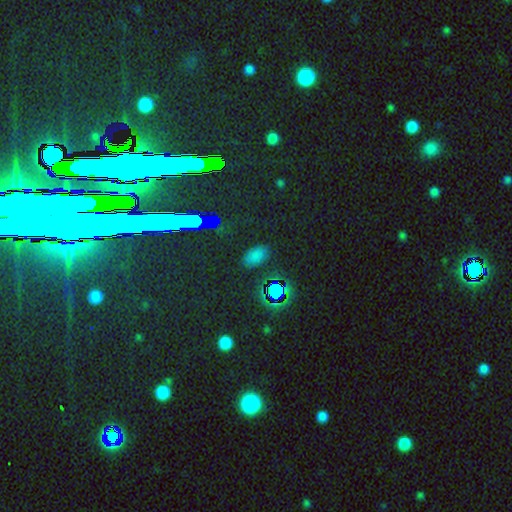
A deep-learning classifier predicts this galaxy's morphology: smooth 48%, star or artifact 44%, featured or disk 7%. Down the decision tree: merging — none (83%).